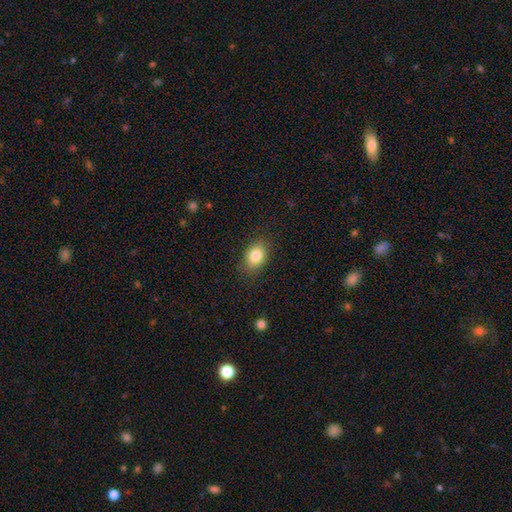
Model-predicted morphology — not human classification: Overall: smooth (83%). How rounded: in between (79%). Merging: none (84%).